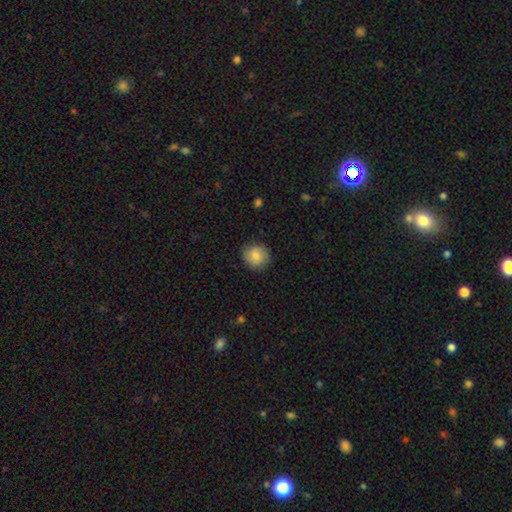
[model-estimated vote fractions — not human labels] Smooth or featured? Predicted: smooth (p=0.80). How rounded? Predicted: round (p=0.83). Merging? Predicted: none (p=0.84).